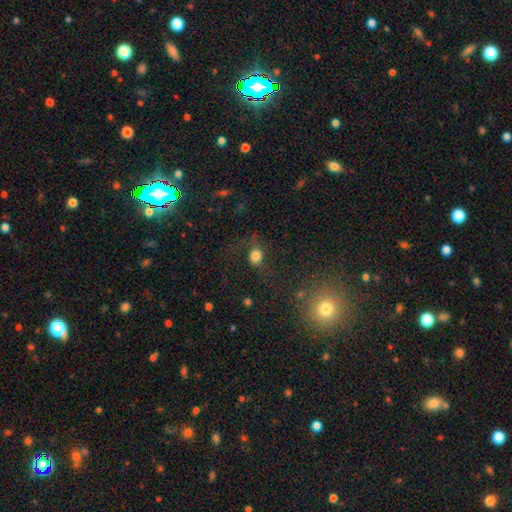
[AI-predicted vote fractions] Smooth or featured: smooth — 72% (star or artifact — 15%)
How rounded: round — 62% (in between — 36%)
Merging: none — 57% (major disturbance — 21%)